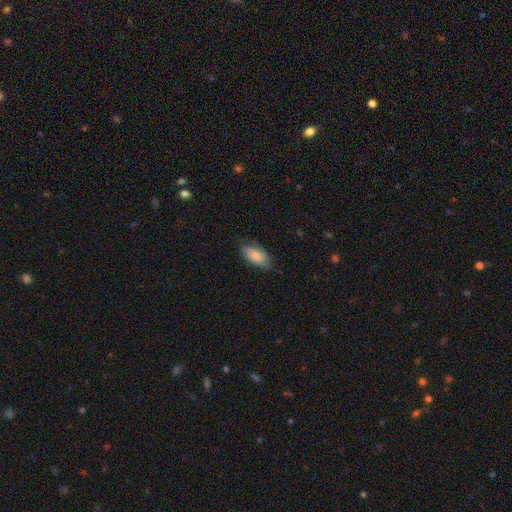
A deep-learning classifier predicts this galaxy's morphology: type=smooth (79%); roundness=in between (88%); merging=none (70%).